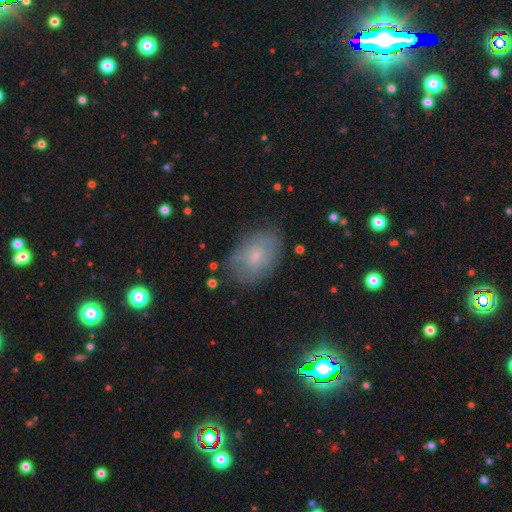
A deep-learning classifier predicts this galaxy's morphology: Smooth or featured? Predicted: smooth (p=0.51). How rounded? Predicted: in between (p=0.83). Merging? Predicted: none (p=0.75).